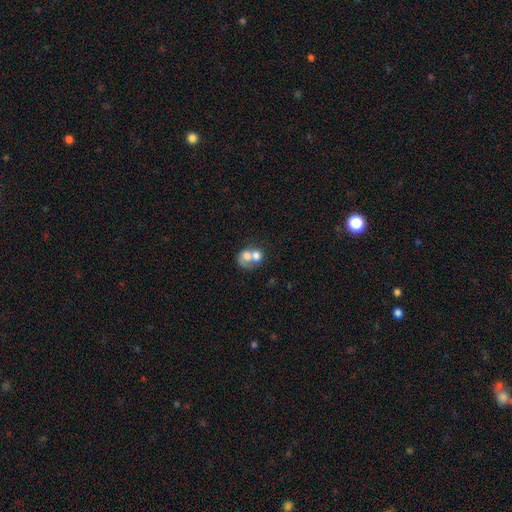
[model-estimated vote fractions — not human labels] Overall: smooth (61%; featured or disk 30%). How rounded: round (56%; in between 43%). Merging: merger (72%).